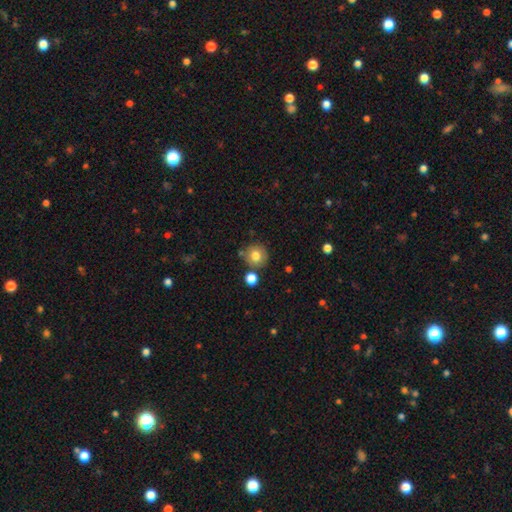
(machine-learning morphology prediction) The model was most divided on "merging": none: 75%, minor disturbance: 12%, merger: 9%, major disturbance: 3%. More confident: how rounded — round (89%); smooth or featured — smooth (78%).